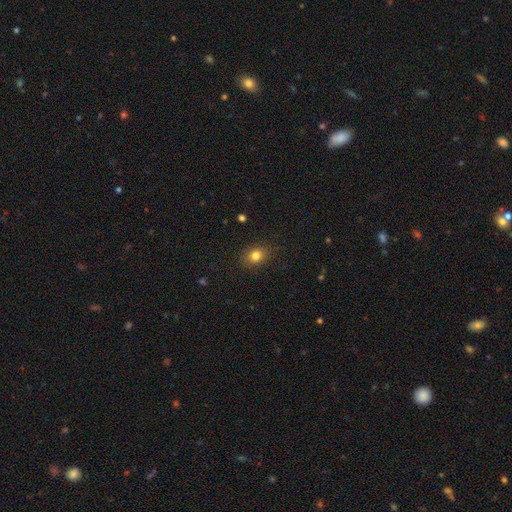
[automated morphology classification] Overall: smooth (81%). How rounded: in between (50%; round 49%). Merging: none (85%).